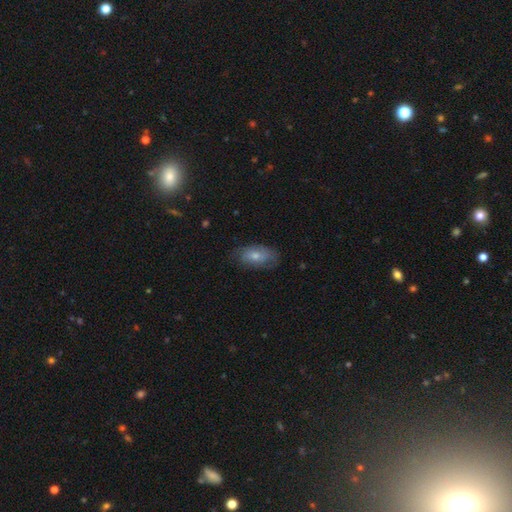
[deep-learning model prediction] smooth 67%, featured or disk 26%, star or artifact 7%. Down the decision tree: how rounded — in between (91%); merging — none (67%).